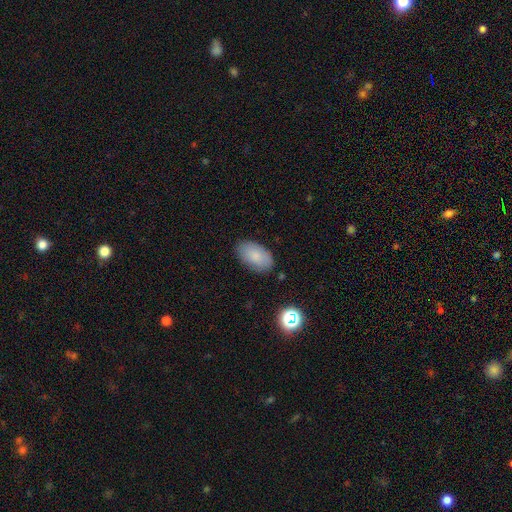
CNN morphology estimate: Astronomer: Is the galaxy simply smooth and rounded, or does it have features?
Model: smooth — 83%.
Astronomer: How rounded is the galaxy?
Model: in between — 94%.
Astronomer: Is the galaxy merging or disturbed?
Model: none — 83%.